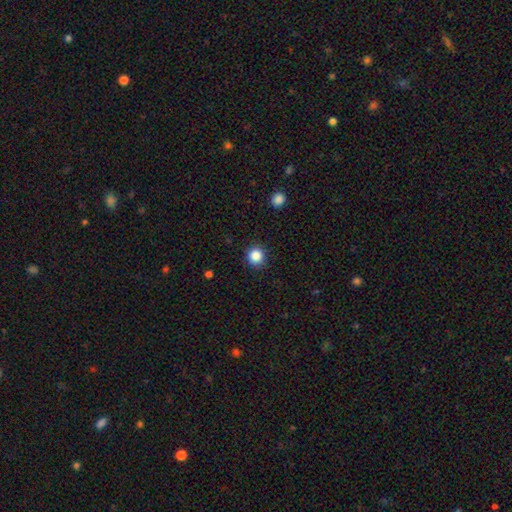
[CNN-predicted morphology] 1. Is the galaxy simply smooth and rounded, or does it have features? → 86% smooth, 11% star or artifact, 3% featured or disk.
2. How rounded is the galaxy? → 93% round, 6% in between, 1% cigar-shaped.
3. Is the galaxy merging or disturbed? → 90% none, 7% minor disturbance, 2% major disturbance, 1% merger.